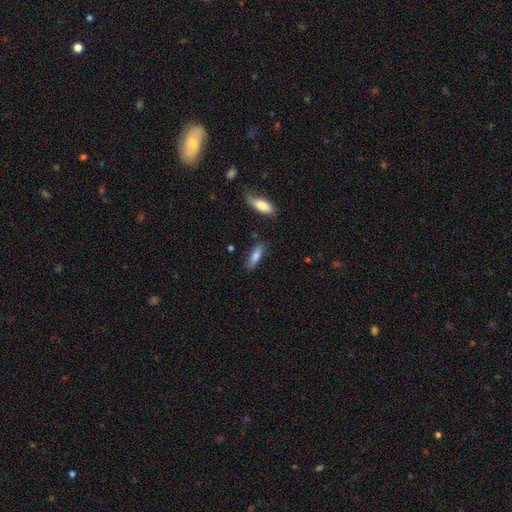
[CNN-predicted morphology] This is likely a smooth galaxy (80%). How rounded: possibly cigar-shaped (49%, tied with in between). Merging: likely none (78%).